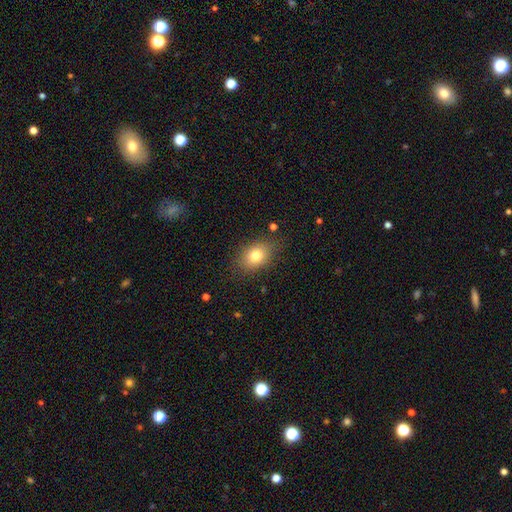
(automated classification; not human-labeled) This is likely a smooth galaxy (79%). How rounded: likely in between (72%). Merging: likely none (80%).